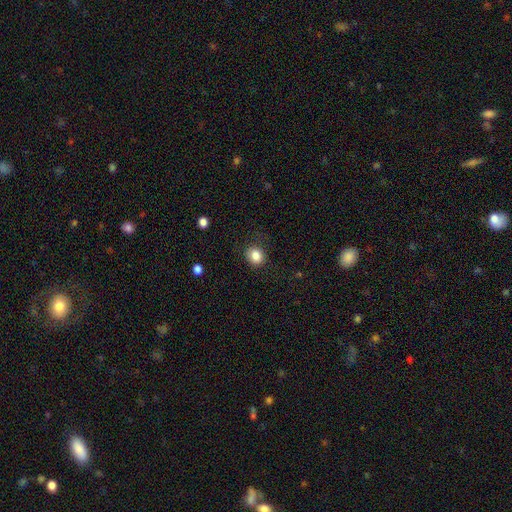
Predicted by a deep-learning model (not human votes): Smooth or featured?
  - smooth: 84% *
  - star or artifact: 11%
  - featured or disk: 5%
How rounded?
  - round: 72% *
  - in between: 28%
  - cigar-shaped: 1%
Merging?
  - none: 80% *
  - minor disturbance: 14%
  - major disturbance: 4%
  - merger: 1%